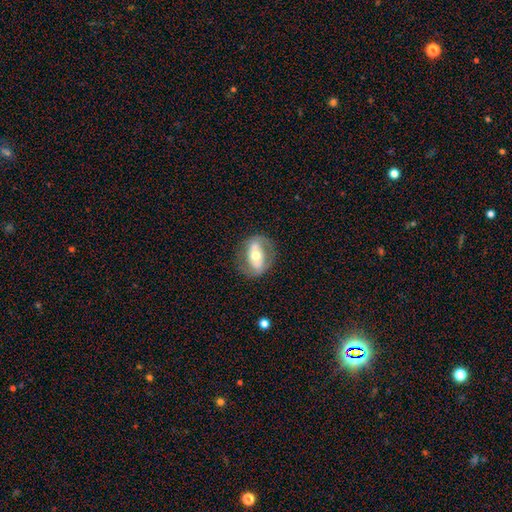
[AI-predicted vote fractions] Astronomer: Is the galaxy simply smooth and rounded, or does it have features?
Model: featured or disk — 62%.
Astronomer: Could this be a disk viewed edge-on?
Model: no — 92%.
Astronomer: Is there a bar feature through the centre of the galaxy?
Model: no — 45% (runner-up: strong, 32%).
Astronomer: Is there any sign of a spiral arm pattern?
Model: yes — 50%, tied with no at 50%.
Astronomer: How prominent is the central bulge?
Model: moderate — 68%.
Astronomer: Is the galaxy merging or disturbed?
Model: none — 70%.